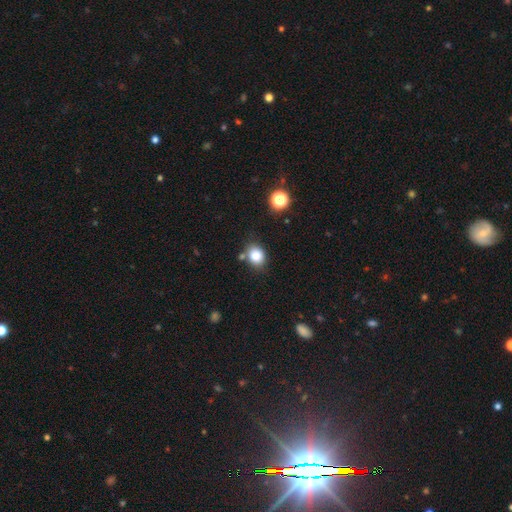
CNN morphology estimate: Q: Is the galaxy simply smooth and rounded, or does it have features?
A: smooth — 83%.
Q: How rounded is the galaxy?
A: in between — 51%.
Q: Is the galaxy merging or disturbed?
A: none — 73%.